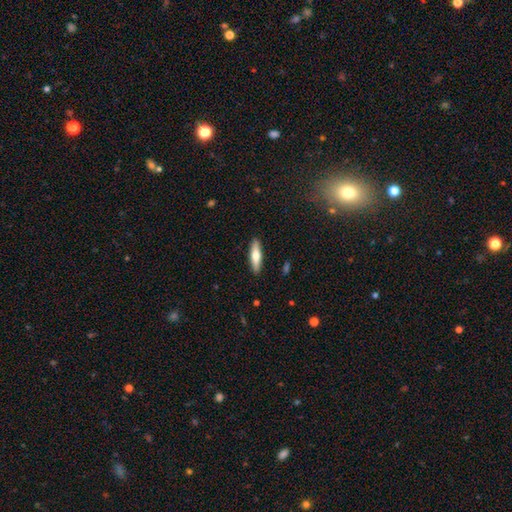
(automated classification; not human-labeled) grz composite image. It shows a smooth galaxy with no disk features (63%) that is cigar-shaped (70%). Merging: none (90%).